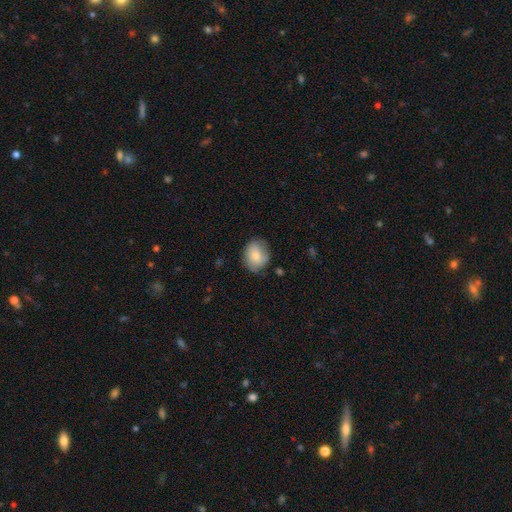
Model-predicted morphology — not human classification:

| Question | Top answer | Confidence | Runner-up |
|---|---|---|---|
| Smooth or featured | smooth | 77% | featured or disk (16%) |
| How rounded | round | 57% | in between (42%) |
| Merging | none | 73% | minor disturbance (21%) |